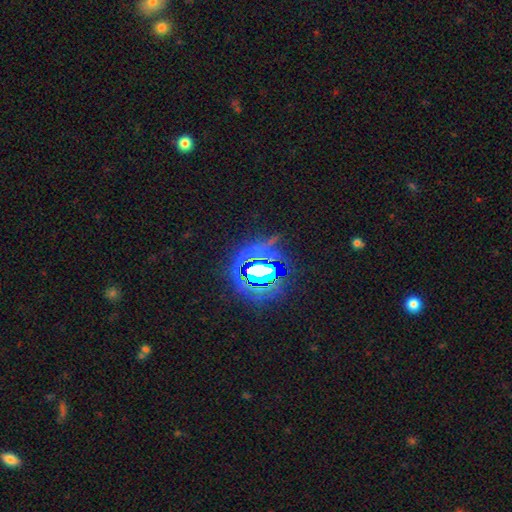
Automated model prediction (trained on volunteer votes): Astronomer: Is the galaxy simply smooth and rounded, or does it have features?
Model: star or artifact — 83%.